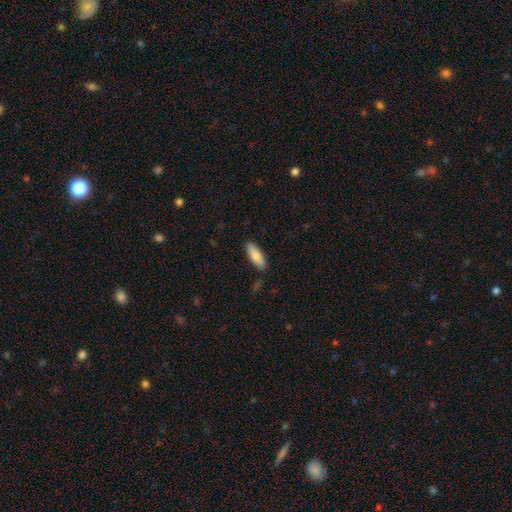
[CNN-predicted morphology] A smooth galaxy with no disk features (85%) that is in between round and cigar-shaped (61%). Merging: none (87%).